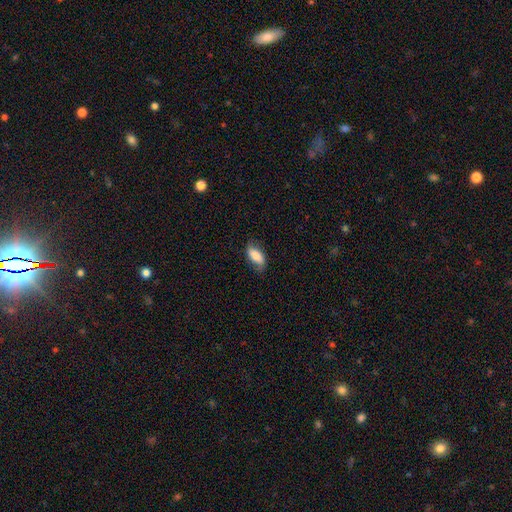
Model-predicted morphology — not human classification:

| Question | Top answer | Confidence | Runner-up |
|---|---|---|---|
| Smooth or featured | smooth | 75% | featured or disk (18%) |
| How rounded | in between | 88% | cigar-shaped (8%) |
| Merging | none | 67% | minor disturbance (25%) |